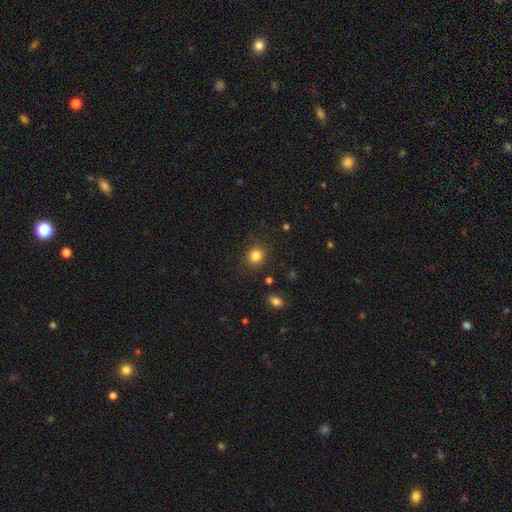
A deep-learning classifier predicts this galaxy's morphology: Smooth or featured: smooth — 83% (star or artifact — 11%)
How rounded: round — 79% (in between — 20%)
Merging: none — 87% (minor disturbance — 8%)